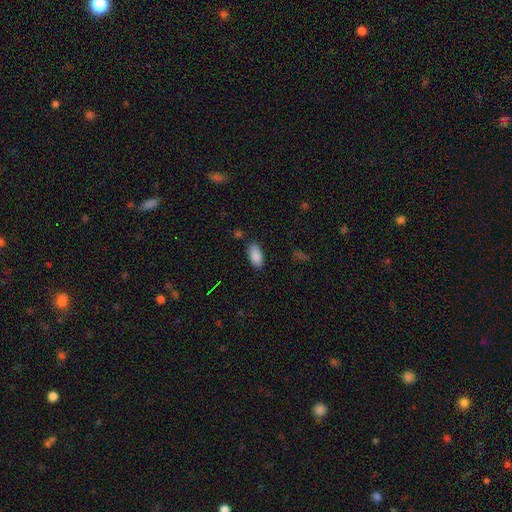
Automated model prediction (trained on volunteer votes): A smooth galaxy with no disk features (88%) that is in between round and cigar-shaped (91%). Merging: none (83%).